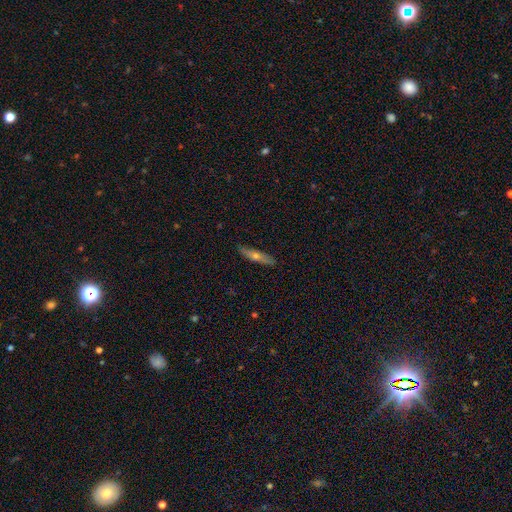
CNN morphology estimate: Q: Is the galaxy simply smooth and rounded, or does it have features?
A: featured or disk — 48%.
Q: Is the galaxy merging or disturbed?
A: none — 88%.